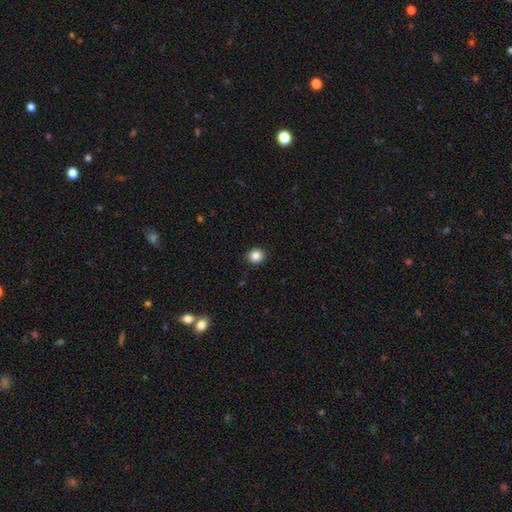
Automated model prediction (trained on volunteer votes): smooth-or-featured: smooth: 85% | star or artifact: 10% | featured or disk: 4%
  how-rounded: round: 86% | in between: 13% | cigar-shaped: 1%
  merging: none: 92% | minor disturbance: 5% | major disturbance: 2% | merger: 1%